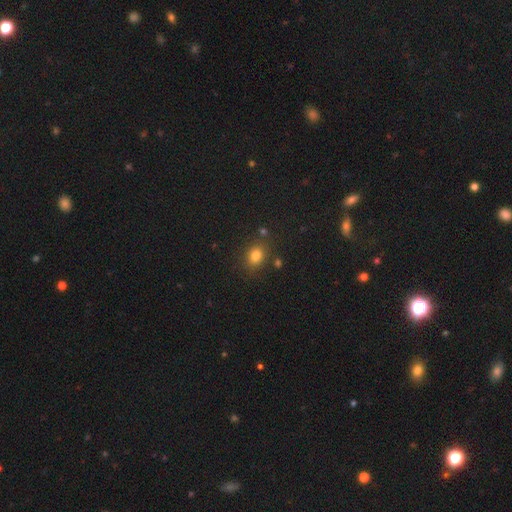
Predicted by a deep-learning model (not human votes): Overall: smooth (79%). How rounded: round (58%; in between 41%). Merging: none (81%).